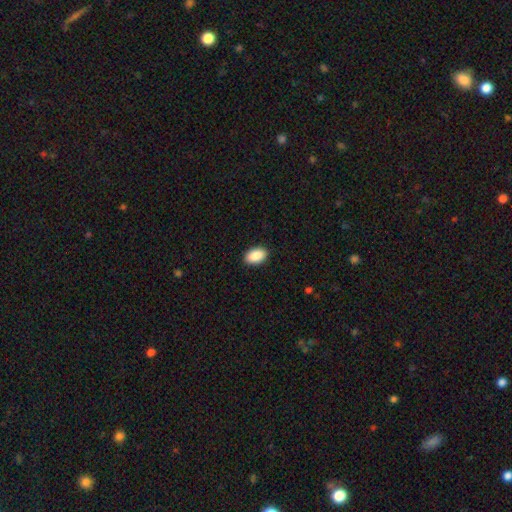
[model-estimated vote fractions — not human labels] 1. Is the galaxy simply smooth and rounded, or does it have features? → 90% smooth, 7% star or artifact, 4% featured or disk.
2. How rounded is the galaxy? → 92% in between, 6% round, 1% cigar-shaped.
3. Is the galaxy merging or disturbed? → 90% none, 7% minor disturbance, 2% major disturbance, 1% merger.